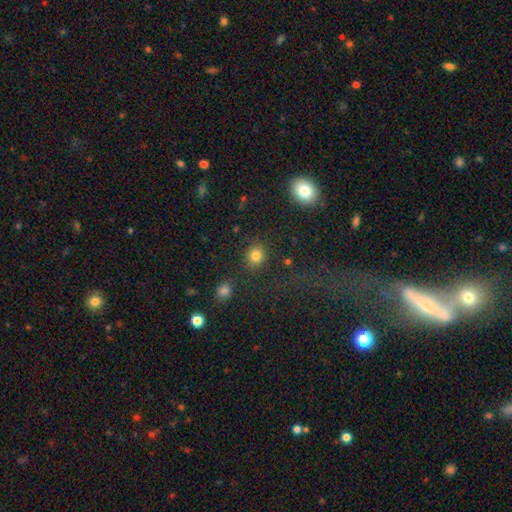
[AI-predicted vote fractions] smooth_or_featured: smooth (p=0.81) [alt: star or artifact p=0.14]
how_rounded: round (p=0.84) [alt: in between p=0.15]
merging: none (p=0.82) [alt: minor disturbance p=0.09]